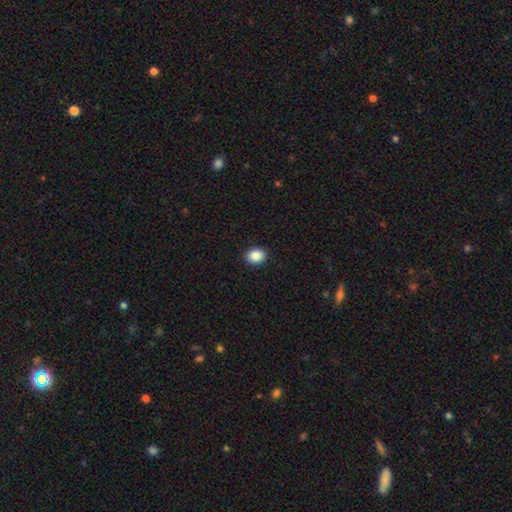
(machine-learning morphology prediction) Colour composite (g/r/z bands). It shows a smooth galaxy with no disk features (88%) that is in between round and cigar-shaped (55%). Merging: none (92%).